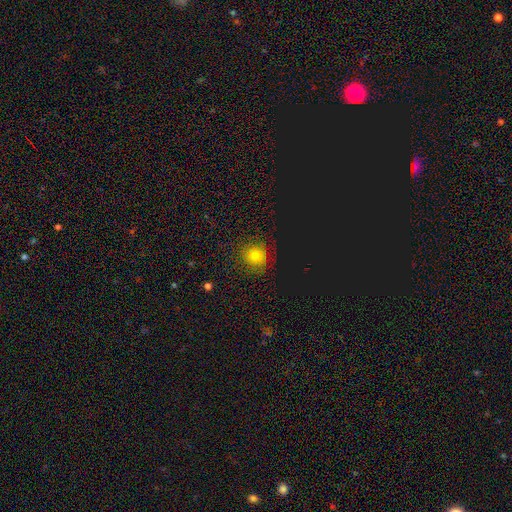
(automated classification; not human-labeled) Q: Smooth or featured?
A: smooth (67%); runner-up: star or artifact (23%)
Q: How rounded?
A: round (87%); runner-up: in between (12%)
Q: Merging?
A: none (82%); runner-up: minor disturbance (12%)